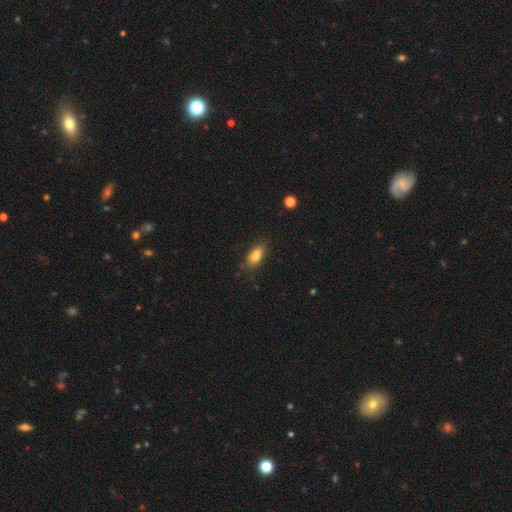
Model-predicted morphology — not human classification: smooth-or-featured: smooth: 80% | featured or disk: 12% | star or artifact: 8%
  how-rounded: in between: 84% | cigar-shaped: 12% | round: 4%
  merging: none: 78% | minor disturbance: 17% | major disturbance: 4% | merger: 2%